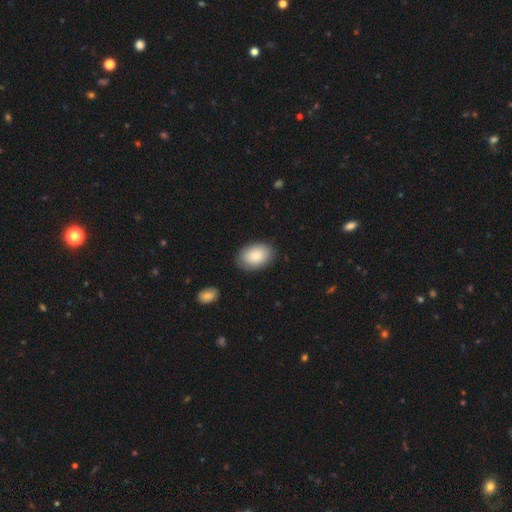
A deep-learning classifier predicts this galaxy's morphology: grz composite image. It shows a smooth galaxy with no disk features (85%) that is in between round and cigar-shaped (87%). Merging: none (85%).